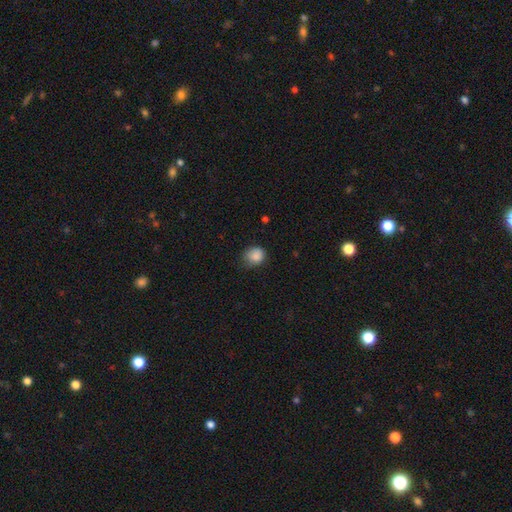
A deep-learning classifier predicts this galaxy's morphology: Smooth or featured? Predicted: smooth (p=0.86). How rounded? Predicted: round (p=0.73). Merging? Predicted: none (p=0.63).